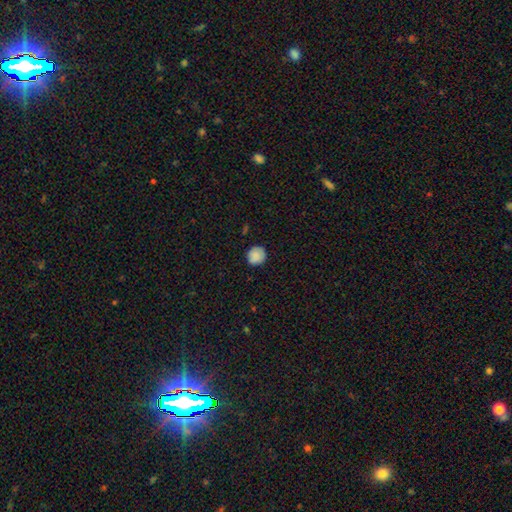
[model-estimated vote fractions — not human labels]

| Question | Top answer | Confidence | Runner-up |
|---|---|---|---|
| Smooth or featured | smooth | 87% | star or artifact (8%) |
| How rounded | round | 91% | in between (8%) |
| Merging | none | 85% | minor disturbance (11%) |